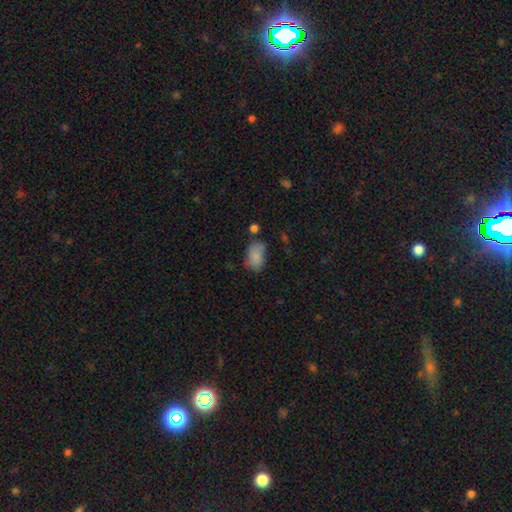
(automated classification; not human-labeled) Overall: smooth (82%). How rounded: in between (88%). Merging: none (54%; minor disturbance 29%).